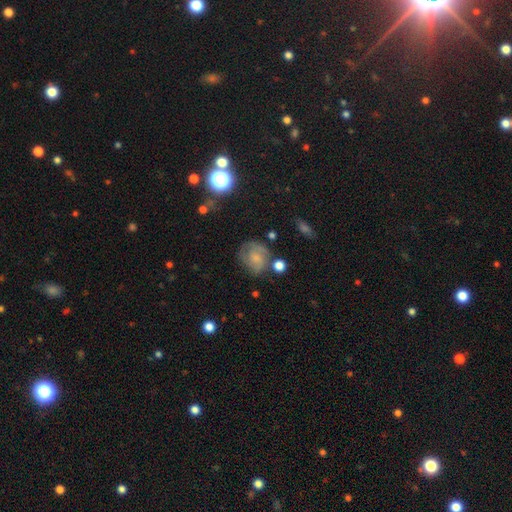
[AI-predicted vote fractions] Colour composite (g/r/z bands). It shows a smooth galaxy with no disk features (46%). Merging: none (56%).